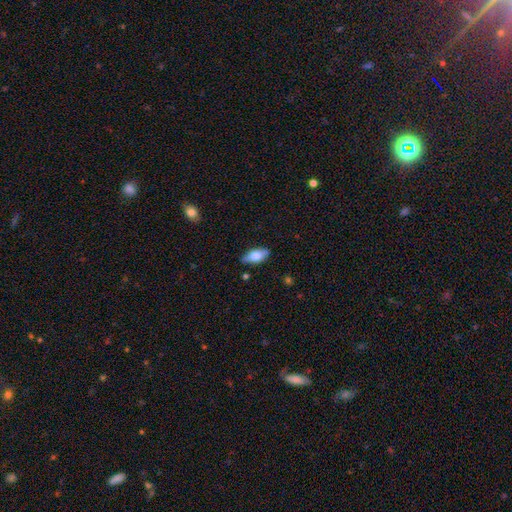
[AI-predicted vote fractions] This appears to be a smooth galaxy with no disk features (71%) that is in between round and cigar-shaped (86%). Merging: none (81%).